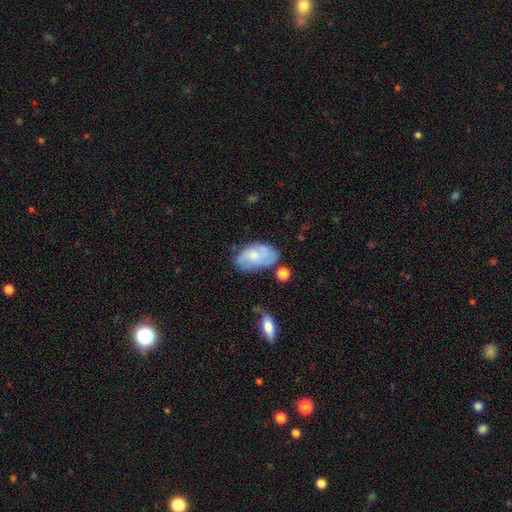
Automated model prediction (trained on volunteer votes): smooth_or_featured: featured or disk (p=0.51) [alt: smooth p=0.42]
disk_edge_on: no (p=0.95) [alt: yes p=0.05]
merging: none (p=0.60) [alt: minor disturbance p=0.26]